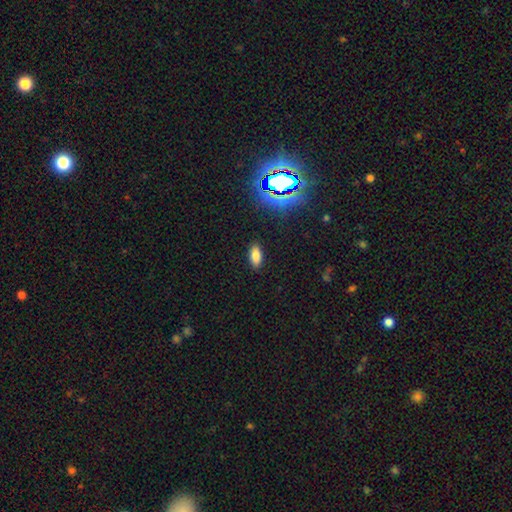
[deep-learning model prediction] Morphology: type=smooth (80%); roundness=in between (87%); merging=none (88%).